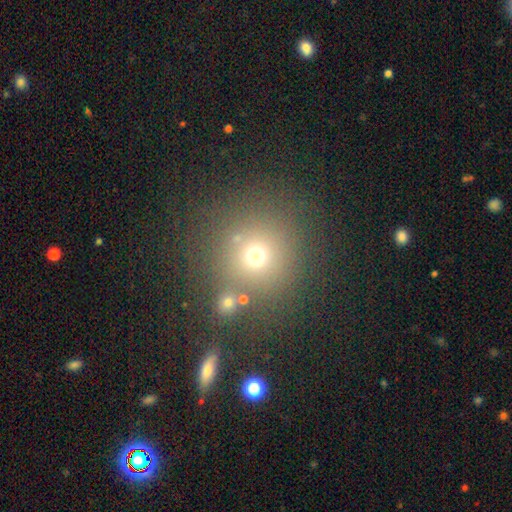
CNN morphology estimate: Smooth or featured?
  - smooth: 67% *
  - star or artifact: 23%
  - featured or disk: 10%
How rounded?
  - round: 92% *
  - in between: 7%
  - cigar-shaped: 1%
Merging?
  - none: 75% *
  - merger: 10%
  - minor disturbance: 10%
  - major disturbance: 5%